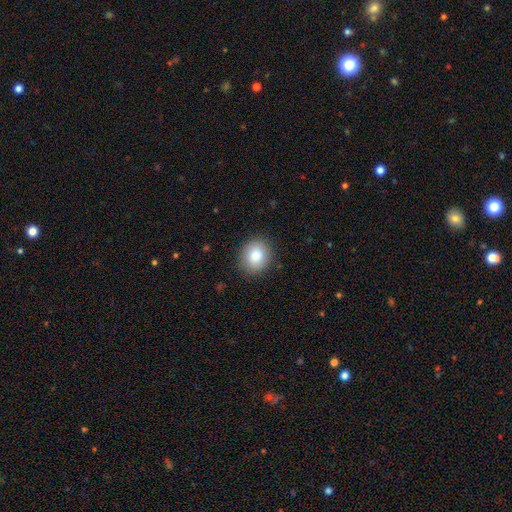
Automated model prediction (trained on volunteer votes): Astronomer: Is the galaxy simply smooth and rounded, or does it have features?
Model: smooth — 86%.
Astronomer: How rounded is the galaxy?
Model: round — 64%.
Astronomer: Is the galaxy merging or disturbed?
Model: none — 88%.